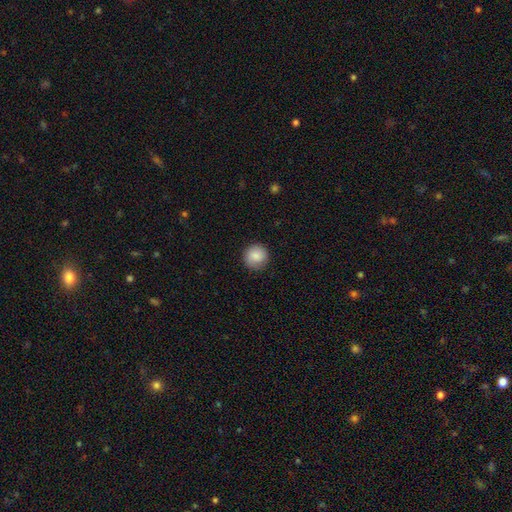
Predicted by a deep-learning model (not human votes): Smooth or featured?
  - smooth: 85% *
  - star or artifact: 8%
  - featured or disk: 7%
How rounded?
  - round: 93% *
  - in between: 6%
  - cigar-shaped: 1%
Merging?
  - none: 85% *
  - minor disturbance: 11%
  - major disturbance: 3%
  - merger: 1%